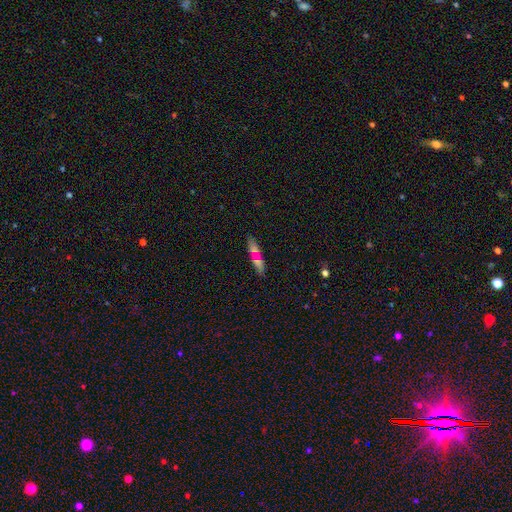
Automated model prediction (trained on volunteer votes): smooth 66%, featured or disk 20%, star or artifact 14%. Down the decision tree: how rounded — cigar-shaped (74%); merging — none (79%).